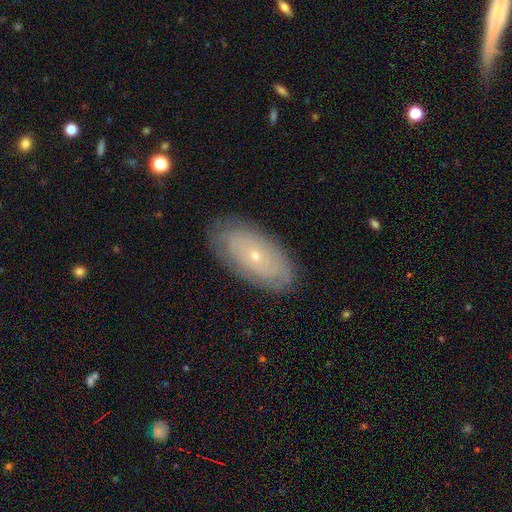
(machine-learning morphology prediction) This appears to be a featured or disk galaxy (52%). Merging: none (86%).